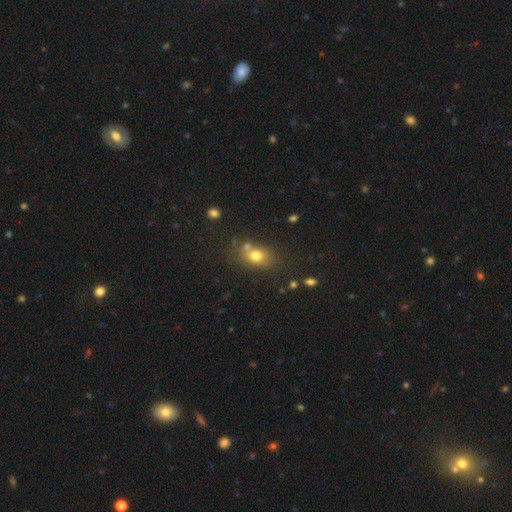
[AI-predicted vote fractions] A smooth galaxy with no disk features (74%) that is in between round and cigar-shaped (59%).

Vote fractions:
- Smooth or featured? smooth: 74% / star or artifact: 13% / featured or disk: 12%
- How rounded? in between: 59% / round: 39% / cigar-shaped: 2%
- Merging? none: 61% / merger: 21% / minor disturbance: 14% / major disturbance: 5%